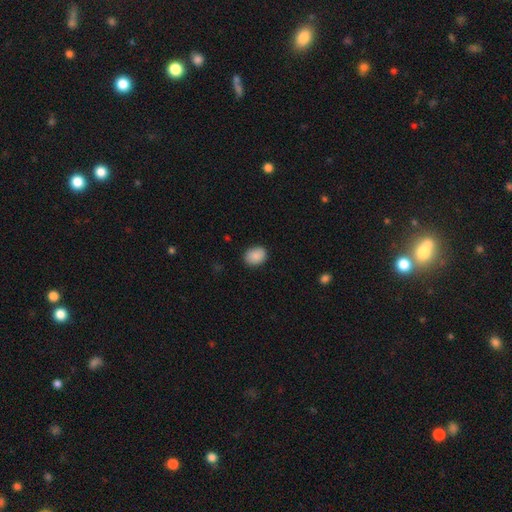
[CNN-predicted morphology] The model was most divided on "how rounded": in between: 56%, round: 43%, cigar-shaped: 1%. More confident: smooth or featured — smooth (89%); merging — none (86%).